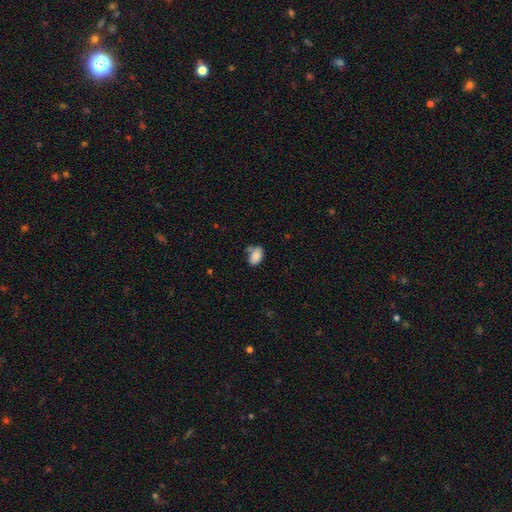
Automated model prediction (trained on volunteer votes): This appears to be a smooth galaxy with no disk features (86%) that is in between round and cigar-shaped (91%). Merging: none (60%).